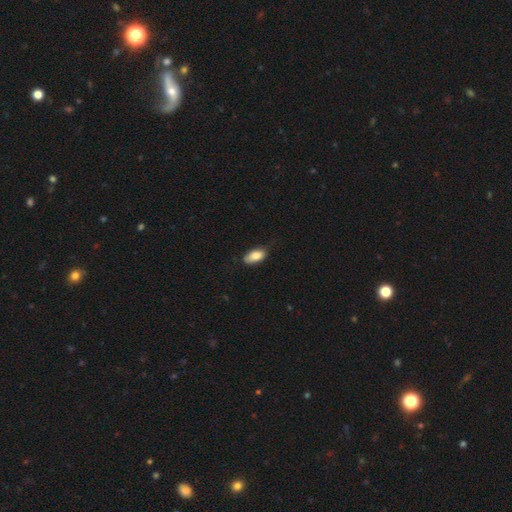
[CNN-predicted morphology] Q: Smooth or featured?
A: smooth (83%); runner-up: featured or disk (10%)
Q: How rounded?
A: in between (92%); runner-up: cigar-shaped (4%)
Q: Merging?
A: none (70%); runner-up: minor disturbance (25%)